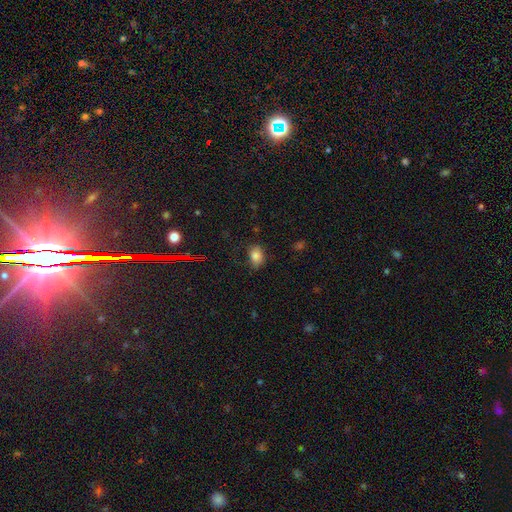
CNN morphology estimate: Smooth or featured? smooth (81%)
How rounded? in between (75%)
Merging? none (69%)